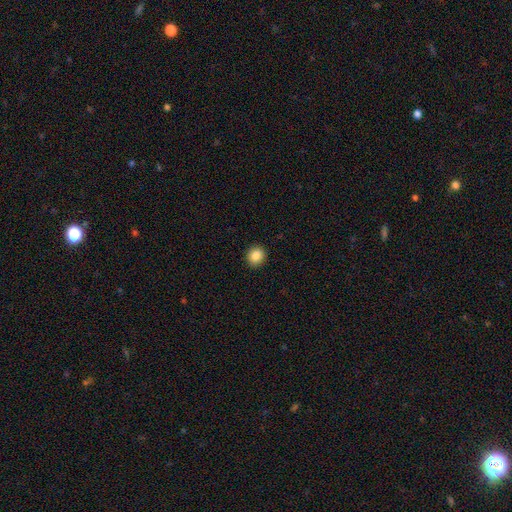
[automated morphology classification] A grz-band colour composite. It shows a smooth galaxy with no disk features (86%) that is round (77%). Merging: none (92%).